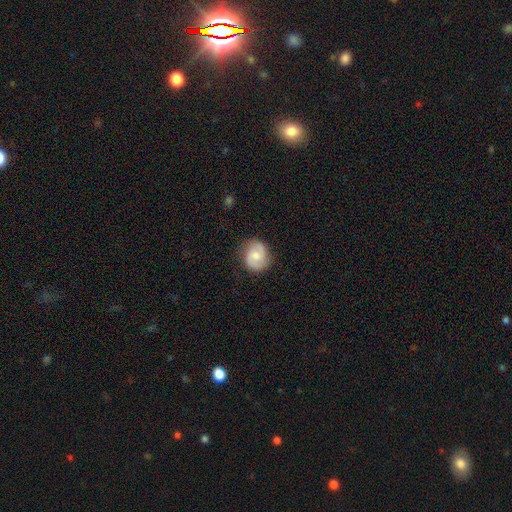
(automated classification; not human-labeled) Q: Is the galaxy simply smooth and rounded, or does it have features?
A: featured or disk — 54%.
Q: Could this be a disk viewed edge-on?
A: no — 98%.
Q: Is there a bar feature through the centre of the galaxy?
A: no — 57%.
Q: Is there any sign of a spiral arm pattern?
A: yes — 91%.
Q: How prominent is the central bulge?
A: moderate — 54%.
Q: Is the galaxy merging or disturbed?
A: none — 80%.